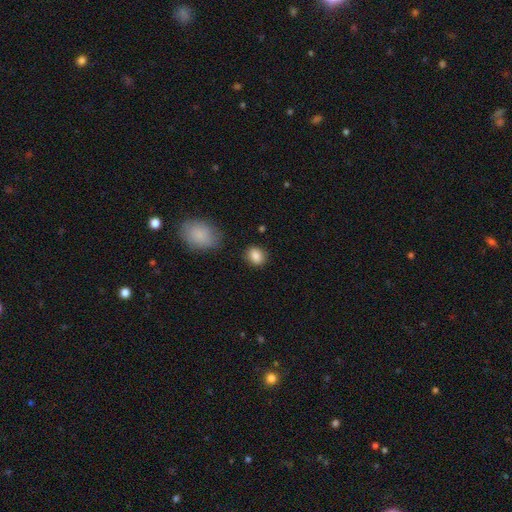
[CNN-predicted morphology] Smooth or featured?
  - smooth: 86% *
  - star or artifact: 9%
  - featured or disk: 5%
How rounded?
  - round: 51% *
  - in between: 47%
  - cigar-shaped: 1%
Merging?
  - none: 84% *
  - minor disturbance: 11%
  - major disturbance: 3%
  - merger: 2%